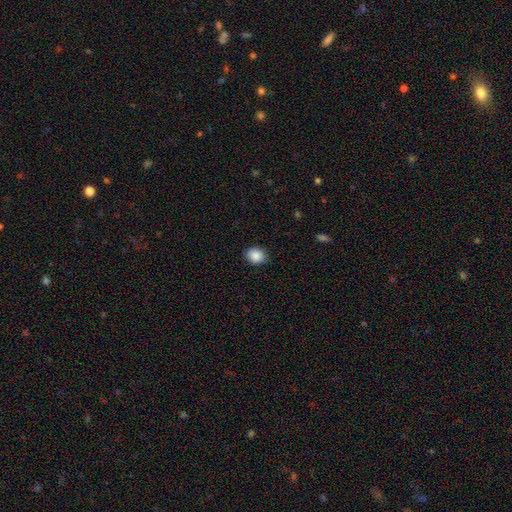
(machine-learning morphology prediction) Smooth or featured?
  - smooth: 88% *
  - star or artifact: 8%
  - featured or disk: 4%
How rounded?
  - round: 60% *
  - in between: 39%
  - cigar-shaped: 1%
Merging?
  - none: 86% *
  - minor disturbance: 11%
  - major disturbance: 2%
  - merger: 1%